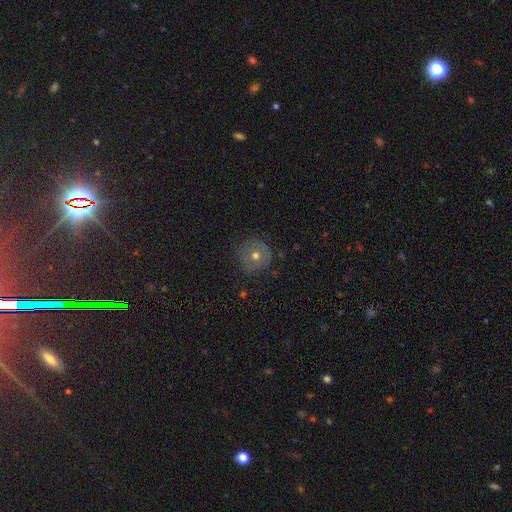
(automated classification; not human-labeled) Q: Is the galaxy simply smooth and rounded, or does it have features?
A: smooth — 53%.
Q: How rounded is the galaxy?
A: round — 94%.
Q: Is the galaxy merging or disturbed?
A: none — 81%.